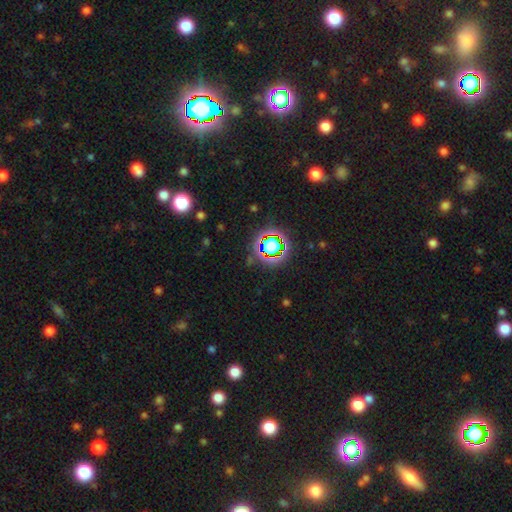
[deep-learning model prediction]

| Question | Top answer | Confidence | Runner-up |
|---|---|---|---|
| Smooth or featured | star or artifact | 78% | smooth (13%) |